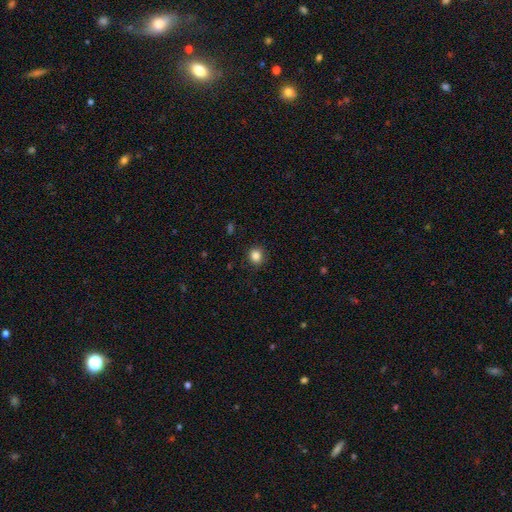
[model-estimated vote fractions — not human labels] Smooth or featured? smooth (85%)
How rounded? round (82%)
Merging? none (90%)